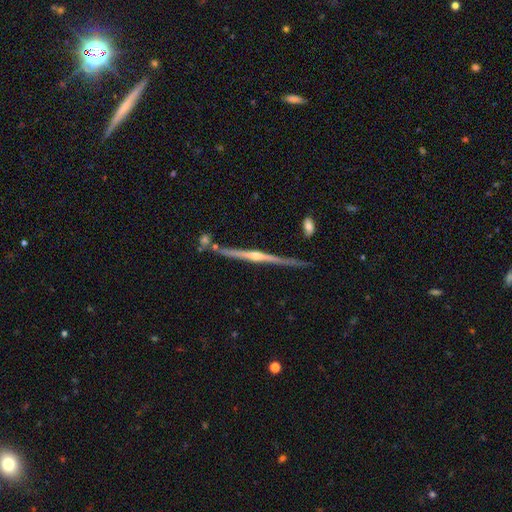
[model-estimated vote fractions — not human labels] A featured or disk galaxy (86%) viewed edge-on (98%) with a rounded central bulge (87%). Merging: none (83%).